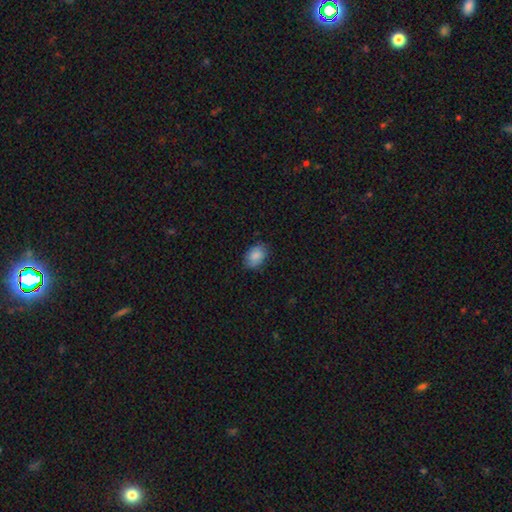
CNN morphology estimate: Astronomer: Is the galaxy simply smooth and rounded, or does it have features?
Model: smooth — 83%.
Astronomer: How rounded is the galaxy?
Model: in between — 83%.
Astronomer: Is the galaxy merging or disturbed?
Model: none — 79%.